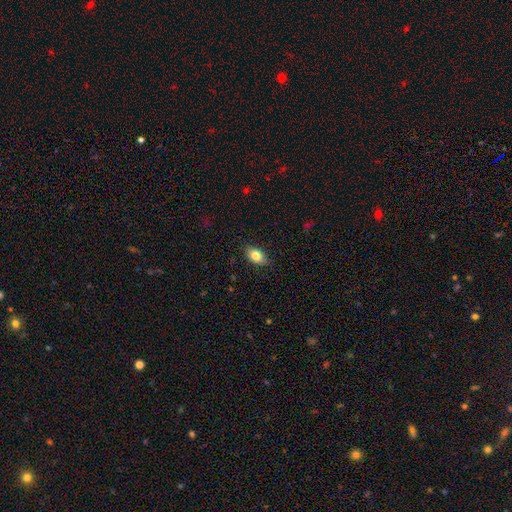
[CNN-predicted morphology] The model was most divided on "merging": none: 84%, minor disturbance: 13%, major disturbance: 2%, merger: 1%. More confident: how rounded — in between (86%); smooth or featured — smooth (82%).